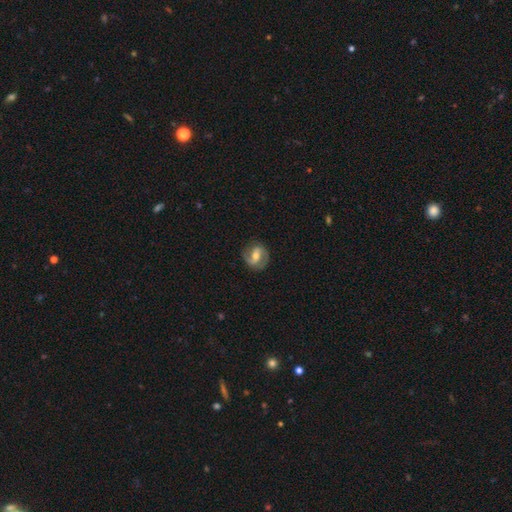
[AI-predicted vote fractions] smooth_or_featured: featured or disk (p=0.78) [alt: smooth p=0.17]
disk_edge_on: no (p=0.97) [alt: yes p=0.03]
bar: weak (p=0.43) [alt: strong p=0.35]
has_spiral_arms: yes (p=0.91) [alt: no p=0.09]
spiral_winding: medium (p=0.48) [alt: tight p=0.31]
spiral_arm_count: 2 (p=0.88) [alt: can't tell p=0.05]
bulge_size: moderate (p=0.67) [alt: small p=0.27]
merging: none (p=0.81) [alt: minor disturbance p=0.13]